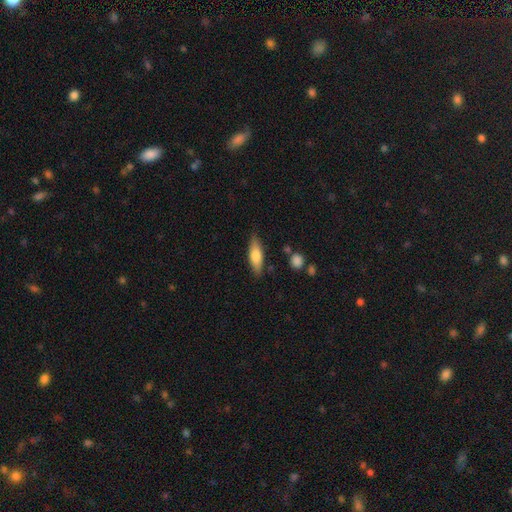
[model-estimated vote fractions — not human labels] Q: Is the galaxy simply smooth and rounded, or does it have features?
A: smooth — 68%.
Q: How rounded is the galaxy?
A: in between — 54%.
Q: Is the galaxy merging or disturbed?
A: none — 83%.